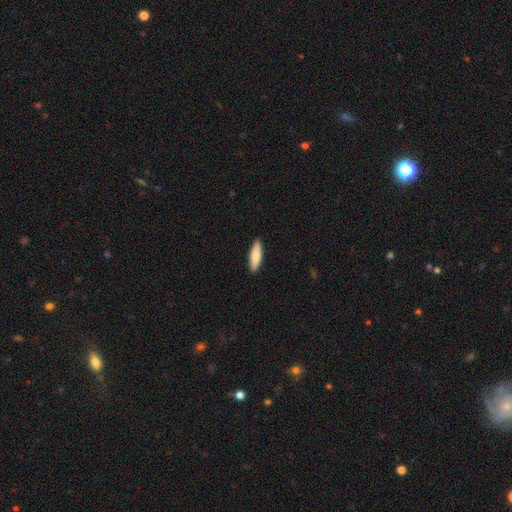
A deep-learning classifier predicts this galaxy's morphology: Smooth or featured? Predicted: smooth (p=0.80). How rounded? Predicted: cigar-shaped (p=0.57). Merging? Predicted: none (p=0.91).